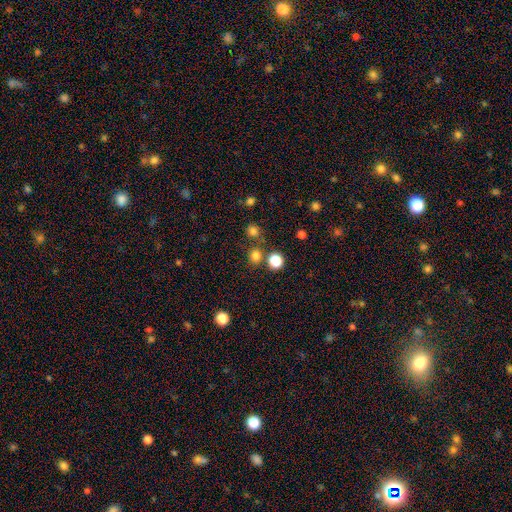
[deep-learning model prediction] This is likely a smooth galaxy (77%). How rounded: clearly round (87%). Merging: likely none (75%).